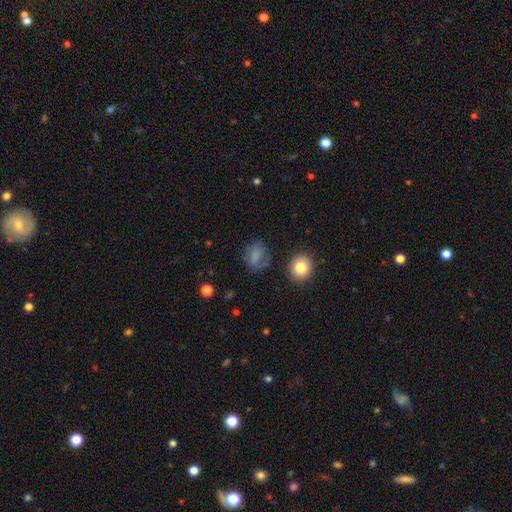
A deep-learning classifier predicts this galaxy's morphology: smooth_or_featured: smooth (p=0.73) [alt: featured or disk p=0.14]
how_rounded: in between (p=0.50) [alt: round p=0.48]
merging: none (p=0.61) [alt: minor disturbance p=0.22]